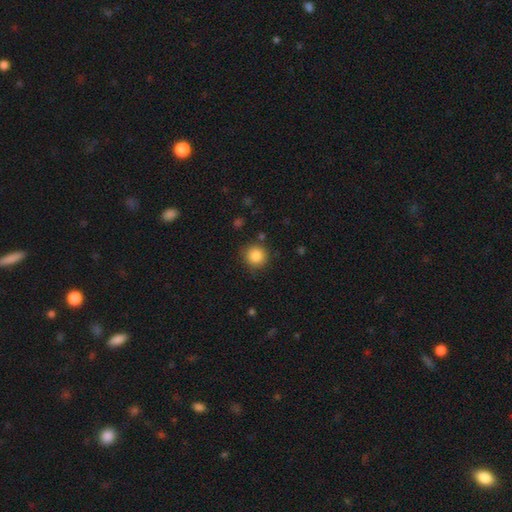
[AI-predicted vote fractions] Smooth or featured?
  - smooth: 86% *
  - star or artifact: 10%
  - featured or disk: 4%
How rounded?
  - round: 93% *
  - in between: 6%
  - cigar-shaped: 1%
Merging?
  - none: 86% *
  - minor disturbance: 9%
  - major disturbance: 3%
  - merger: 2%